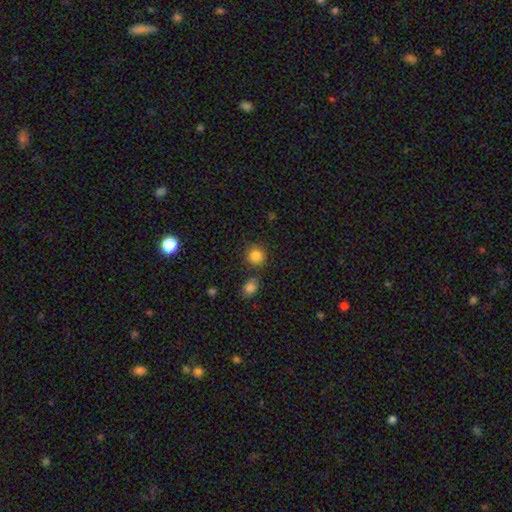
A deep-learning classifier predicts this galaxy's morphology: This is clearly a smooth galaxy (84%). How rounded: clearly round (90%). Merging: likely none (80%).